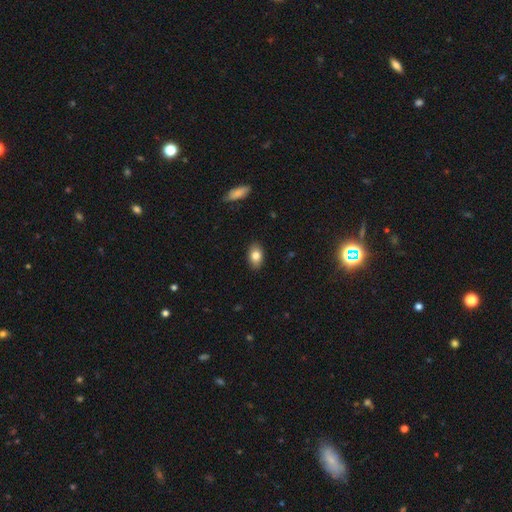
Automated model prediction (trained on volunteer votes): Smooth or featured? Predicted: smooth (p=0.81). How rounded? Predicted: in between (p=0.88). Merging? Predicted: none (p=0.88).